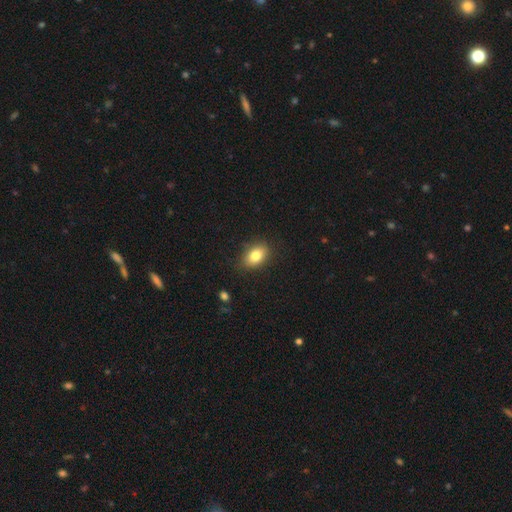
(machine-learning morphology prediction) A smooth galaxy with no disk features (82%) that is in between round and cigar-shaped (83%).

Vote fractions:
- Smooth or featured? smooth: 82% / featured or disk: 9% / star or artifact: 9%
- How rounded? in between: 83% / round: 15% / cigar-shaped: 2%
- Merging? none: 84% / minor disturbance: 12% / major disturbance: 3% / merger: 1%